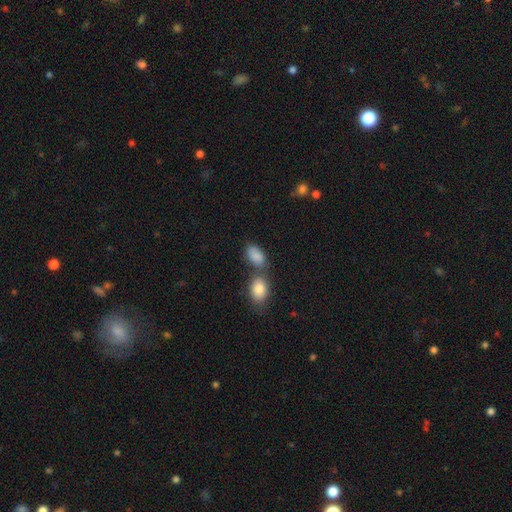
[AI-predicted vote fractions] A smooth galaxy with no disk features (86%) that is in between round and cigar-shaped (91%). Merging: none (47%).